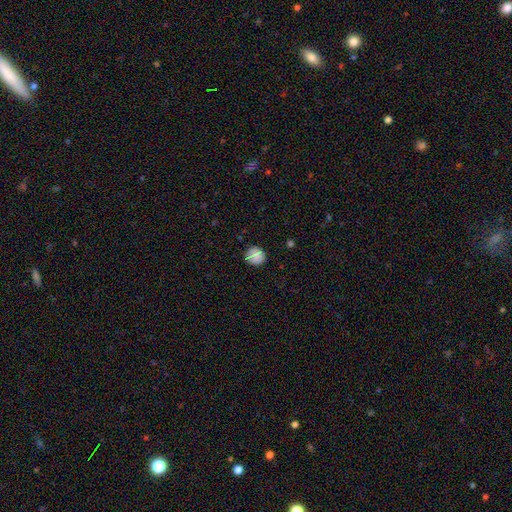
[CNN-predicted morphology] This is clearly a smooth galaxy (82%). How rounded: clearly round (87%). Merging: clearly none (80%).